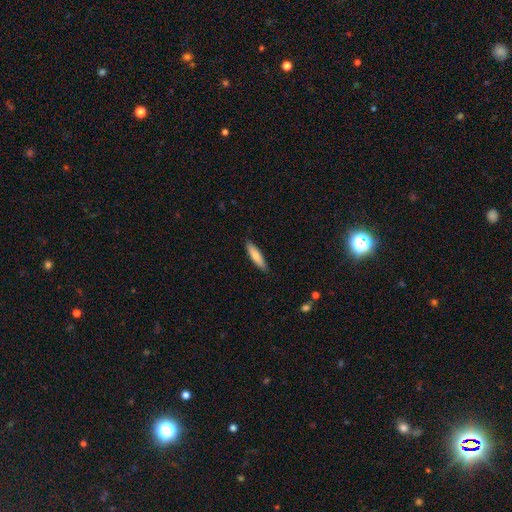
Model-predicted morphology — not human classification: smooth_or_featured: smooth (p=0.78) [alt: featured or disk p=0.17]
how_rounded: cigar-shaped (p=0.75) [alt: in between p=0.24]
merging: none (p=0.87) [alt: minor disturbance p=0.10]